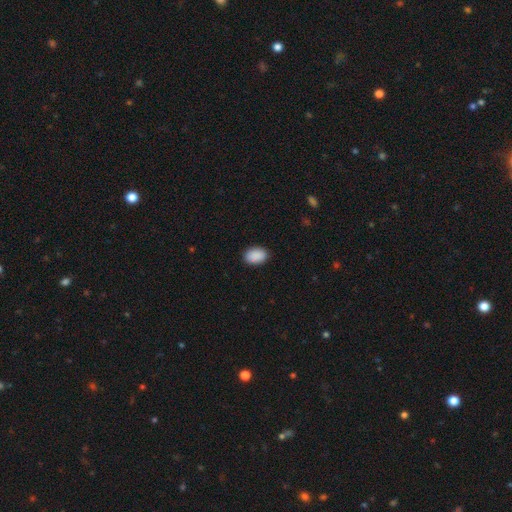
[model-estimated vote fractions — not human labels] smooth_or_featured: smooth (p=0.90) [alt: star or artifact p=0.07]
how_rounded: in between (p=0.86) [alt: round p=0.13]
merging: none (p=0.88) [alt: minor disturbance p=0.09]